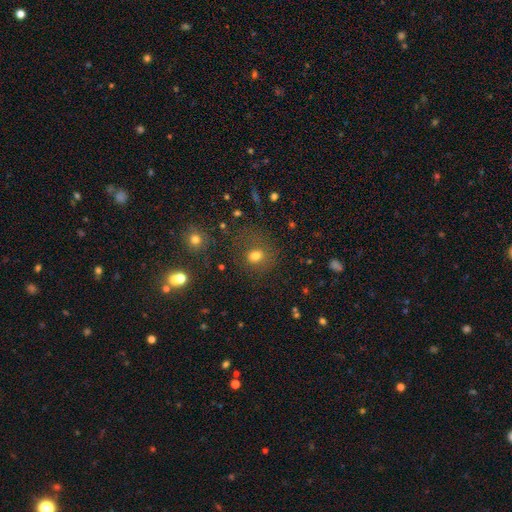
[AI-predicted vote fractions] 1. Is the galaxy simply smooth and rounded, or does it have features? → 54% smooth, 37% star or artifact, 8% featured or disk.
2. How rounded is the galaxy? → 87% round, 11% in between, 1% cigar-shaped.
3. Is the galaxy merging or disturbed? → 79% none, 11% minor disturbance, 6% major disturbance, 4% merger.